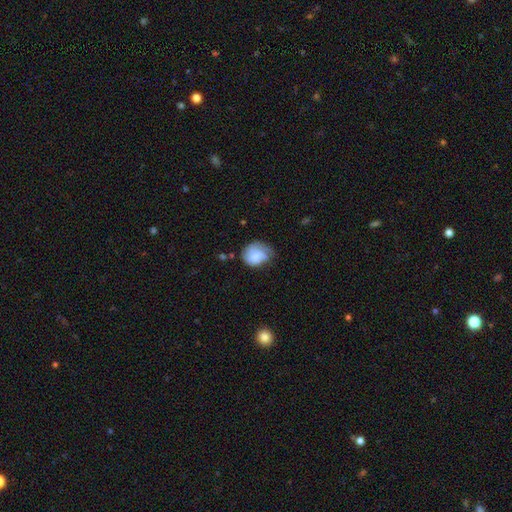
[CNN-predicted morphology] type=smooth (55%); roundness=round (59%); merging=none (42%).